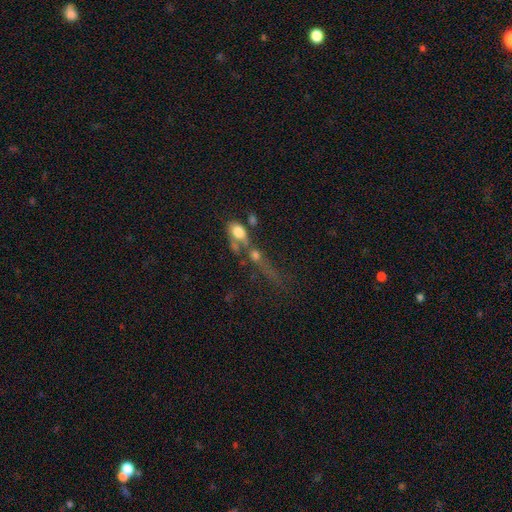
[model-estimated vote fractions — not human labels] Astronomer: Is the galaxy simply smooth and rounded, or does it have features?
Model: smooth — 36% (runner-up: featured or disk, 35%).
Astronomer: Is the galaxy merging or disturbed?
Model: merger — 43% (runner-up: none, 30%).